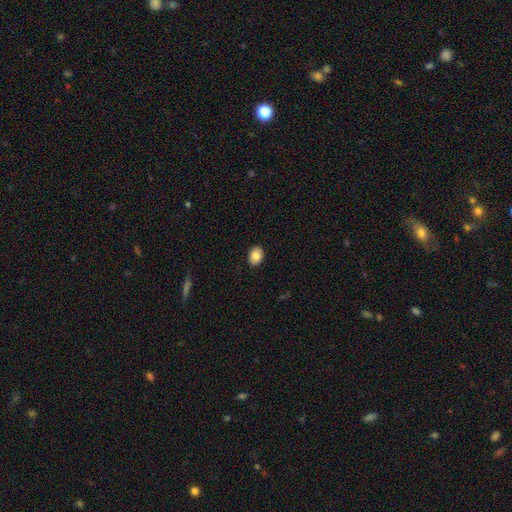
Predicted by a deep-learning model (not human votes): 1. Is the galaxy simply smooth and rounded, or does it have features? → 83% smooth, 9% featured or disk, 8% star or artifact.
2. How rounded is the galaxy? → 65% in between, 34% round, 1% cigar-shaped.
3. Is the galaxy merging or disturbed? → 89% none, 9% minor disturbance, 2% major disturbance, 1% merger.